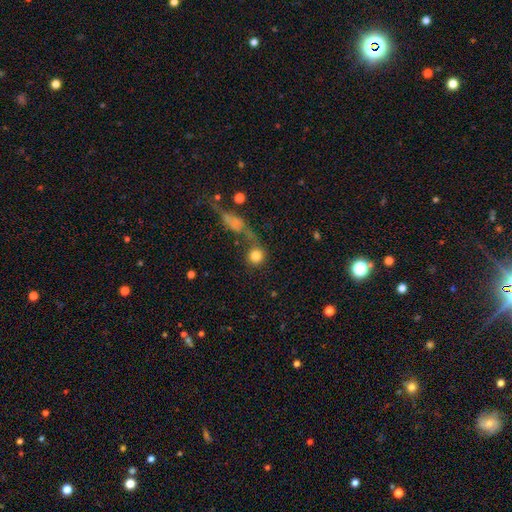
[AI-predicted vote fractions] smooth-or-featured: smooth: 80% | featured or disk: 10% | star or artifact: 10%
  how-rounded: round: 91% | in between: 7% | cigar-shaped: 2%
  merging: none: 55% | merger: 25% | minor disturbance: 11% | major disturbance: 10%